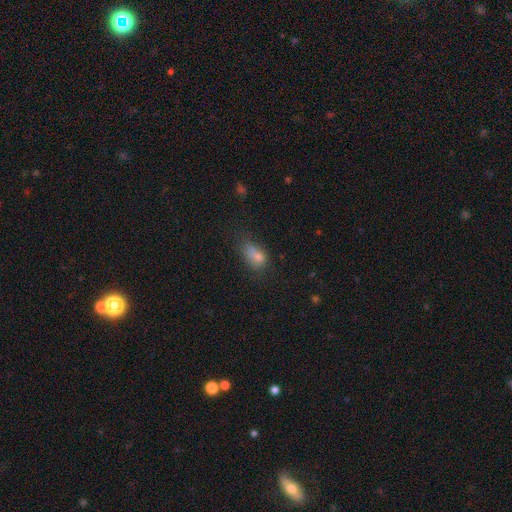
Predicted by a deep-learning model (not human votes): Smooth or featured? smooth (71%)
How rounded? in between (80%)
Merging? none (33%)